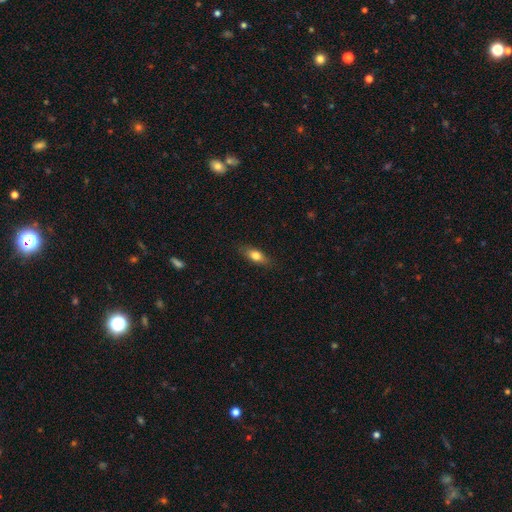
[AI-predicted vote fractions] A smooth galaxy with no disk features (73%) that is in between round and cigar-shaped (71%).

Vote fractions:
- Smooth or featured? smooth: 73% / featured or disk: 19% / star or artifact: 8%
- How rounded? in between: 71% / cigar-shaped: 24% / round: 6%
- Merging? none: 83% / minor disturbance: 13% / major disturbance: 3% / merger: 1%